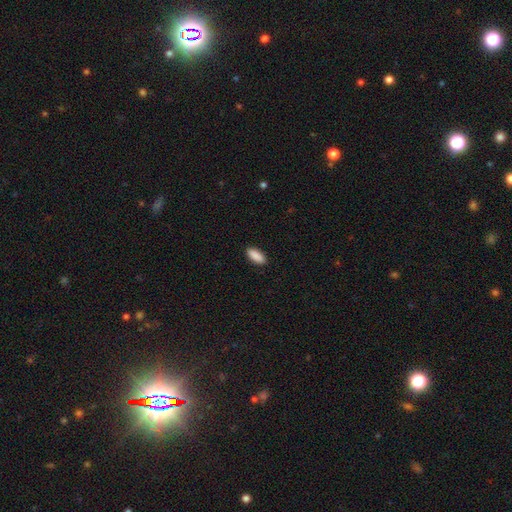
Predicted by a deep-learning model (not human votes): Smooth or featured: smooth — 90% (star or artifact — 6%)
How rounded: in between — 83% (cigar-shaped — 15%)
Merging: none — 90% (minor disturbance — 7%)